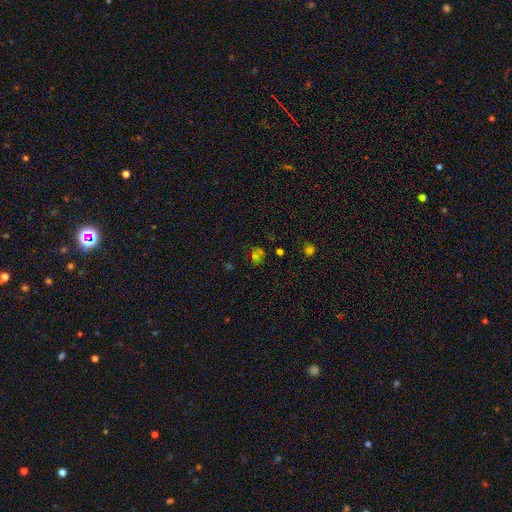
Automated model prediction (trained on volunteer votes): This appears to be a smooth galaxy with no disk features (50%) that is round (65%). Merging: none (58%).